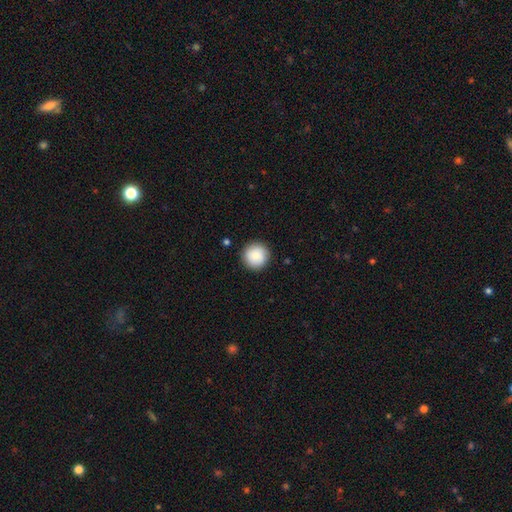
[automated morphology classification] smooth_or_featured: smooth (p=0.85) [alt: featured or disk p=0.08]
how_rounded: round (p=0.96) [alt: in between p=0.03]
merging: none (p=0.91) [alt: minor disturbance p=0.06]